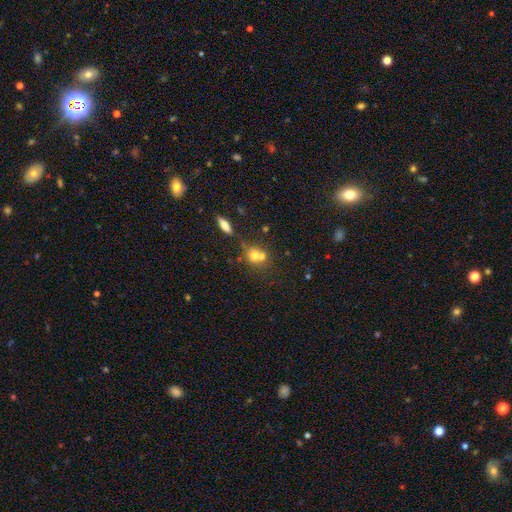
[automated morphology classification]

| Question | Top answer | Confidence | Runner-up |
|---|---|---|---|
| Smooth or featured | smooth | 66% | featured or disk (18%) |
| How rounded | round | 74% | in between (24%) |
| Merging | merger | 52% | none (35%) |